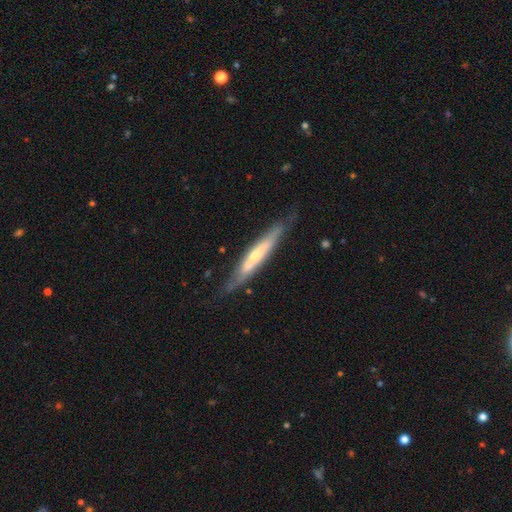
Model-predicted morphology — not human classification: smooth_or_featured: featured or disk (p=0.59) [alt: smooth p=0.36]
disk_edge_on: yes (p=0.84) [alt: no p=0.16]
merging: none (p=0.72) [alt: minor disturbance p=0.21]